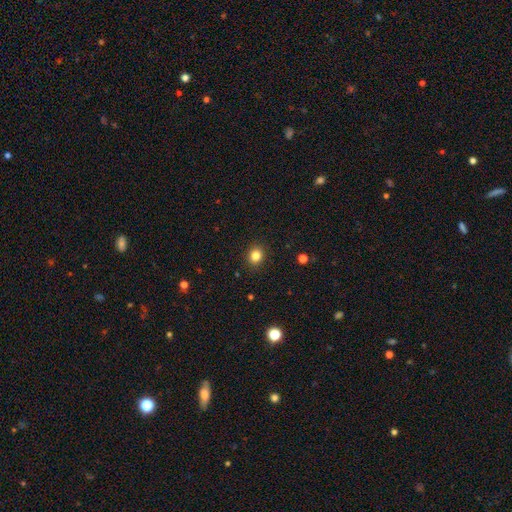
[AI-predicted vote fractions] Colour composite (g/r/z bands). It shows a smooth galaxy with no disk features (83%) that is round (70%). Merging: none (91%).